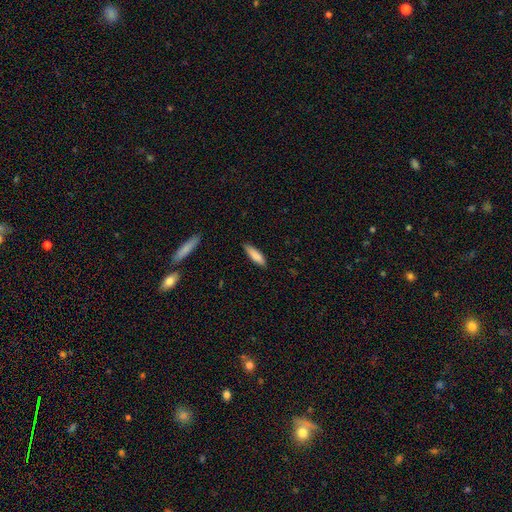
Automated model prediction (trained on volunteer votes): smooth_or_featured: smooth (p=0.85) [alt: featured or disk p=0.09]
how_rounded: cigar-shaped (p=0.62) [alt: in between p=0.37]
merging: none (p=0.84) [alt: minor disturbance p=0.13]